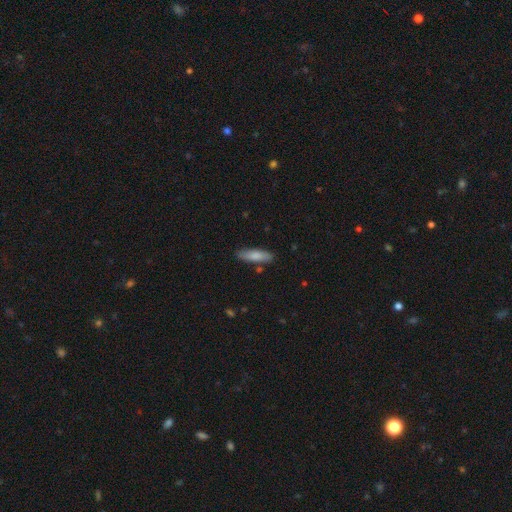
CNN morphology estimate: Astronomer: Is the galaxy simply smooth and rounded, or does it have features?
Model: smooth — 80%.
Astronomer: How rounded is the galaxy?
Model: cigar-shaped — 64%.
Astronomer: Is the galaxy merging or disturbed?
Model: none — 83%.